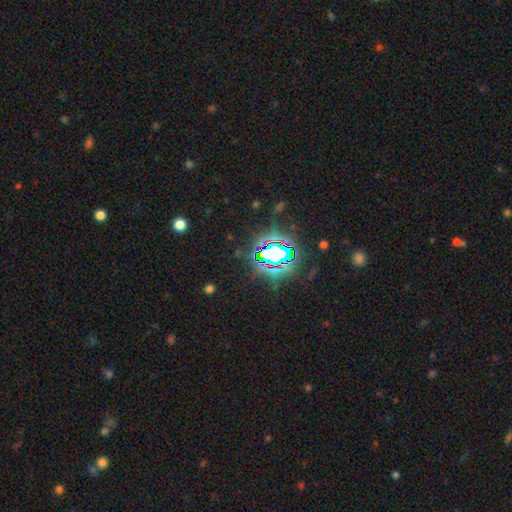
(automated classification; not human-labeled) This is likely a star or artifact rather than a galaxy (80%).